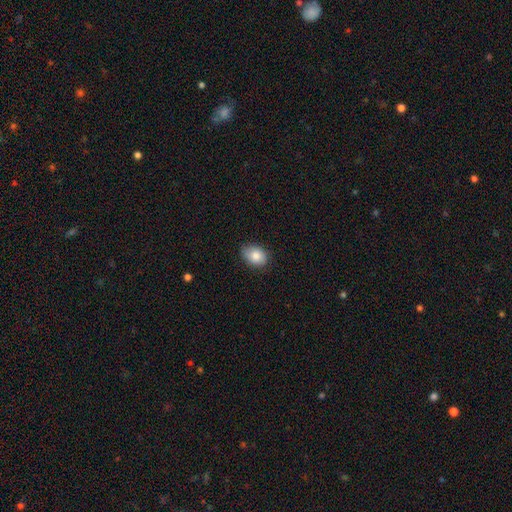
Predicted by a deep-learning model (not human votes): This is clearly a smooth galaxy (84%). How rounded: likely in between (73%). Merging: likely none (80%).